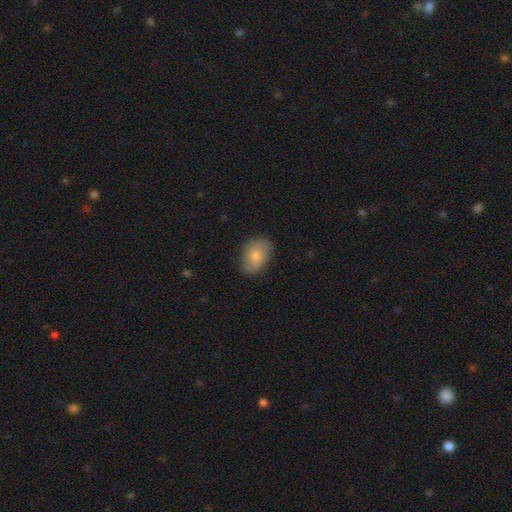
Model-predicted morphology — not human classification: Smooth or featured?
  - smooth: 68% *
  - featured or disk: 25%
  - star or artifact: 7%
How rounded?
  - in between: 78% *
  - round: 20%
  - cigar-shaped: 1%
Merging?
  - none: 72% *
  - minor disturbance: 22%
  - major disturbance: 5%
  - merger: 1%